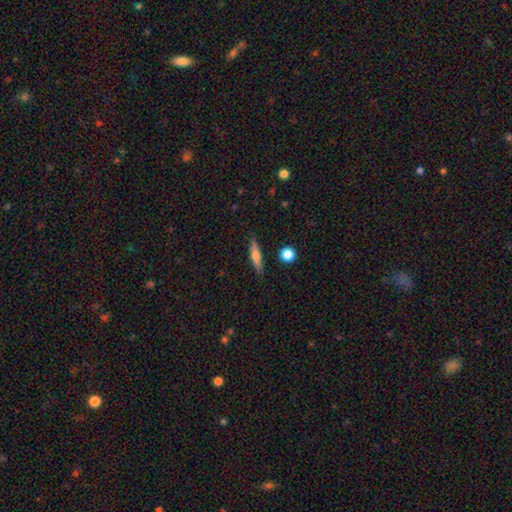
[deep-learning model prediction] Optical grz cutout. It shows a smooth galaxy with no disk features (63%) that is cigar-shaped (82%). Merging: none (86%).